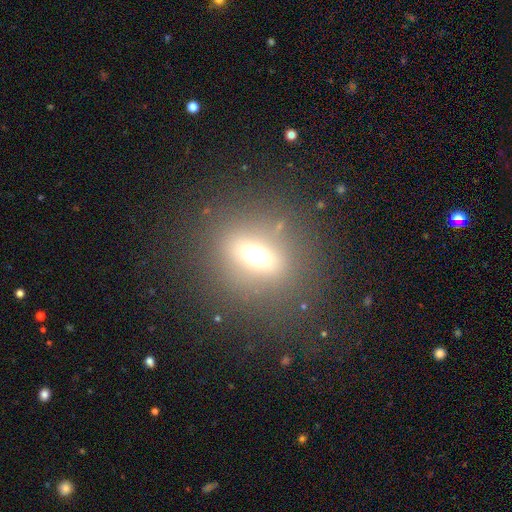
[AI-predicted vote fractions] Smooth or featured: smooth — 58% (star or artifact — 23%)
How rounded: round — 48% (in between — 47%)
Merging: none — 81% (minor disturbance — 9%)